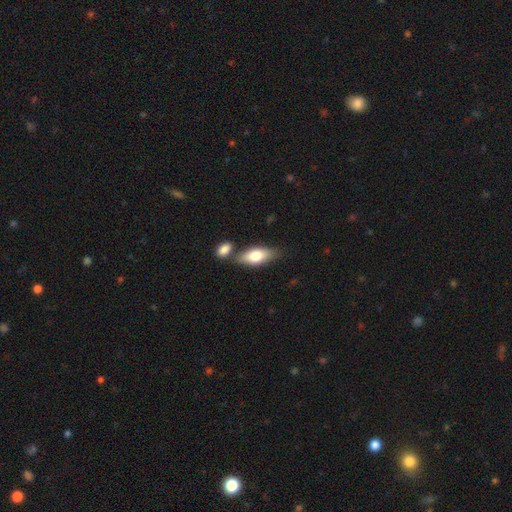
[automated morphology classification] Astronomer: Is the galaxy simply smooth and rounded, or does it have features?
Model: smooth — 74%.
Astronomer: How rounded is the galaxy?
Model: in between — 82%.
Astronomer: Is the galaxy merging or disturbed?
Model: none — 58%.